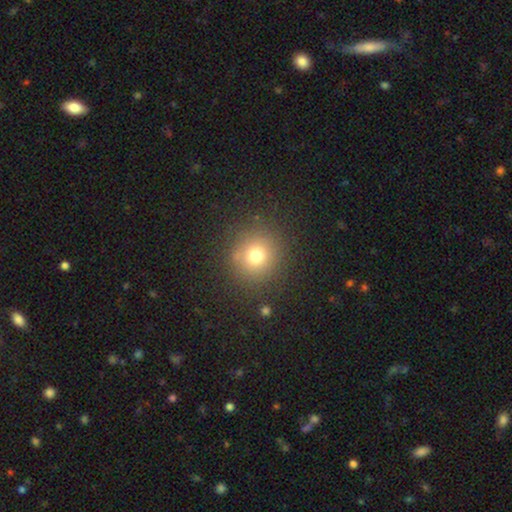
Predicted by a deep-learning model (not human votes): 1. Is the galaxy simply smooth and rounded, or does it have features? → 73% smooth, 17% star or artifact, 10% featured or disk.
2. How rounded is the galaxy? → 92% round, 7% in between, 1% cigar-shaped.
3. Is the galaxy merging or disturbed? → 85% none, 8% minor disturbance, 4% major disturbance, 2% merger.